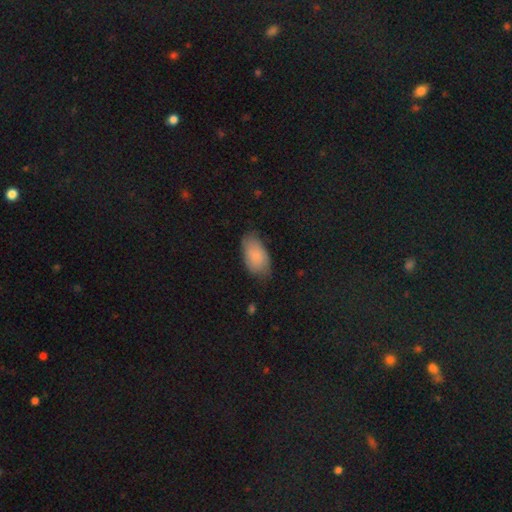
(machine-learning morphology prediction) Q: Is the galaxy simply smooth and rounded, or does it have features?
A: smooth — 82%.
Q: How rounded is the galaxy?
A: in between — 94%.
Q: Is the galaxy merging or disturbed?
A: none — 69%.